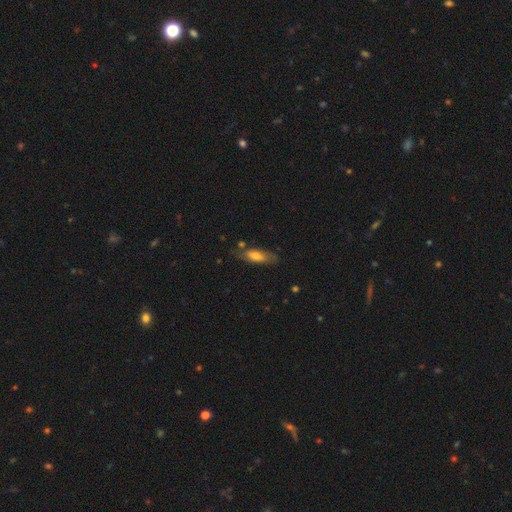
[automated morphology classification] type=smooth (61%); roundness=in between (64%); merging=none (67%).